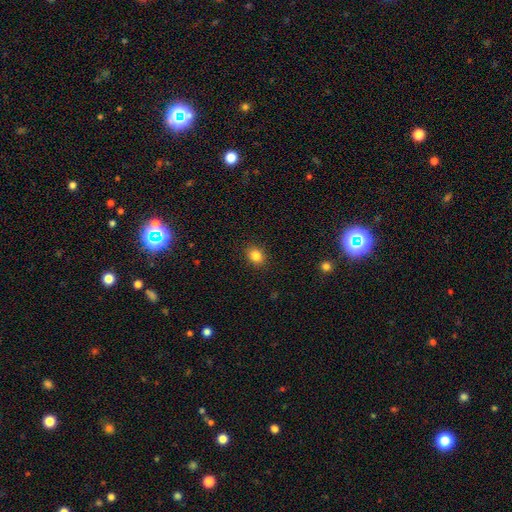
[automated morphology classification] A smooth galaxy with no disk features (85%) that is in between round and cigar-shaped (52%). Merging: none (89%).